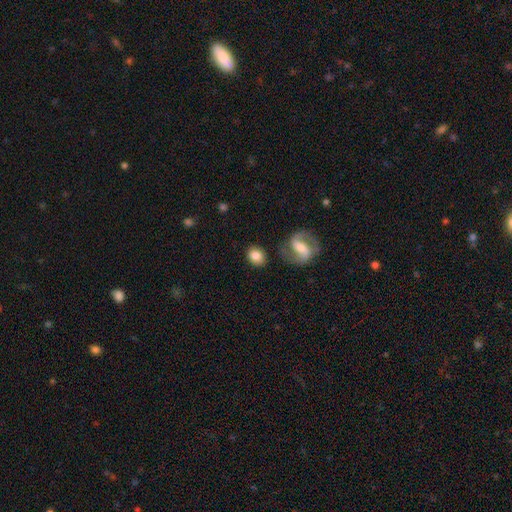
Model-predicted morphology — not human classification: A smooth galaxy with no disk features (76%) that is round (53%). Merging: none (79%).